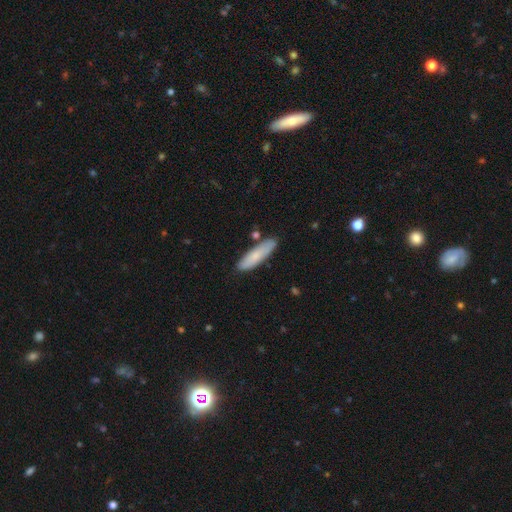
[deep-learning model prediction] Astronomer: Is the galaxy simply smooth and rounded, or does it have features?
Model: smooth — 75%.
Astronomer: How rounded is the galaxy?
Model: cigar-shaped — 68%.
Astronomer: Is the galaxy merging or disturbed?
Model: none — 81%.